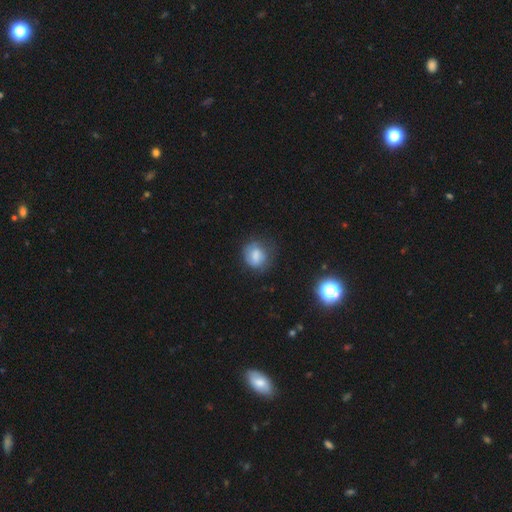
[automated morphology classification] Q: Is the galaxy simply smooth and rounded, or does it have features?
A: smooth — 72%.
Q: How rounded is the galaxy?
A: round — 64%.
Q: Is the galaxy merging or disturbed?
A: none — 61%.